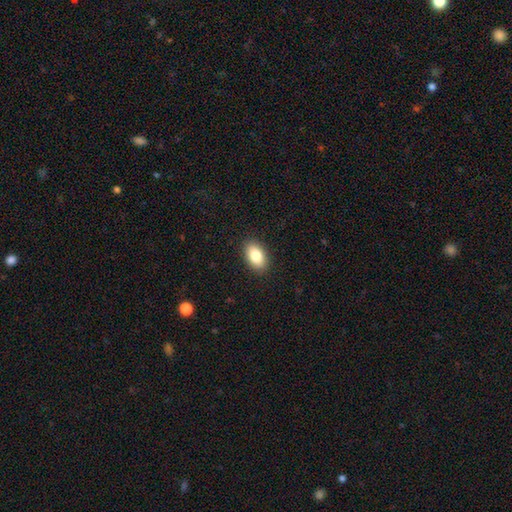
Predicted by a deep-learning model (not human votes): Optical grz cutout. It shows a smooth galaxy with no disk features (84%) that is in between round and cigar-shaped (92%). Merging: none (90%).